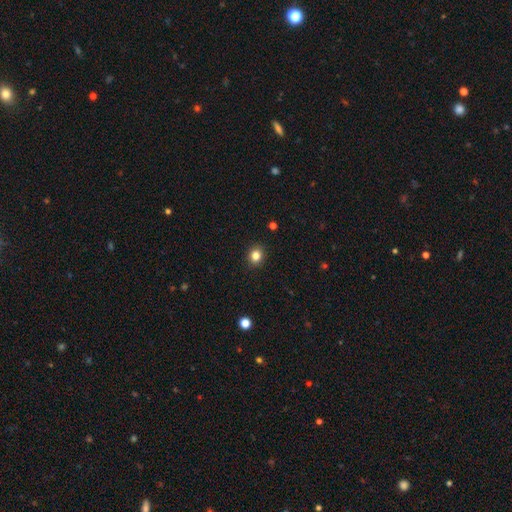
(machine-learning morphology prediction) Smooth or featured: smooth — 83% (star or artifact — 12%)
How rounded: round — 76% (in between — 23%)
Merging: none — 92% (minor disturbance — 6%)